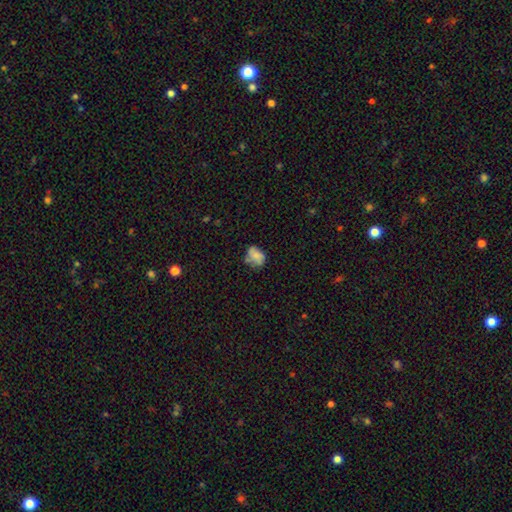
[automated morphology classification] Q: Smooth or featured?
A: smooth (72%); runner-up: featured or disk (18%)
Q: How rounded?
A: in between (61%); runner-up: round (38%)
Q: Merging?
A: none (49%); runner-up: minor disturbance (32%)